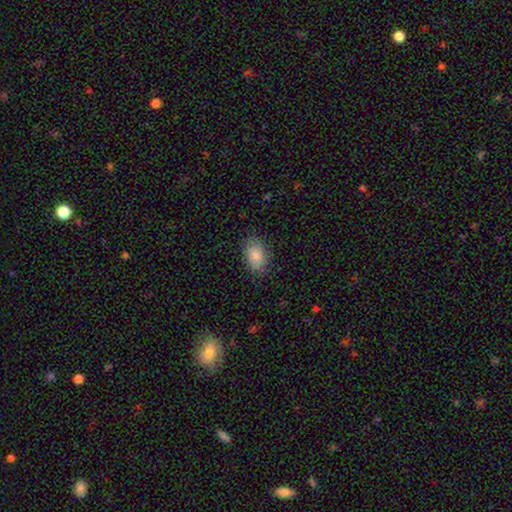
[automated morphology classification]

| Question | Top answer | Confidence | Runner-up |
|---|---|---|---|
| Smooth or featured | smooth | 86% | featured or disk (7%) |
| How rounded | in between | 92% | round (7%) |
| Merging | none | 82% | minor disturbance (14%) |